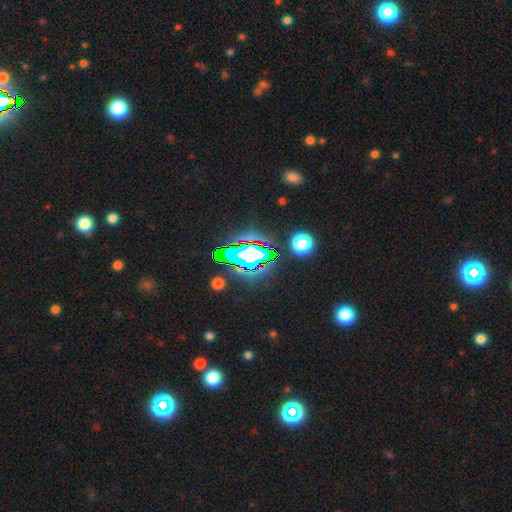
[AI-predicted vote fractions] Smooth or featured? Predicted: star or artifact (p=0.81).